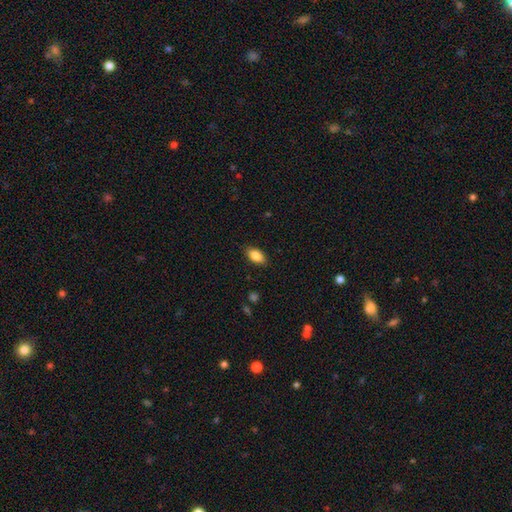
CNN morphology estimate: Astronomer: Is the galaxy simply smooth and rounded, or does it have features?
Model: smooth — 87%.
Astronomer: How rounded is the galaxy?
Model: in between — 91%.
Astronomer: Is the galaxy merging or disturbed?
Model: none — 86%.